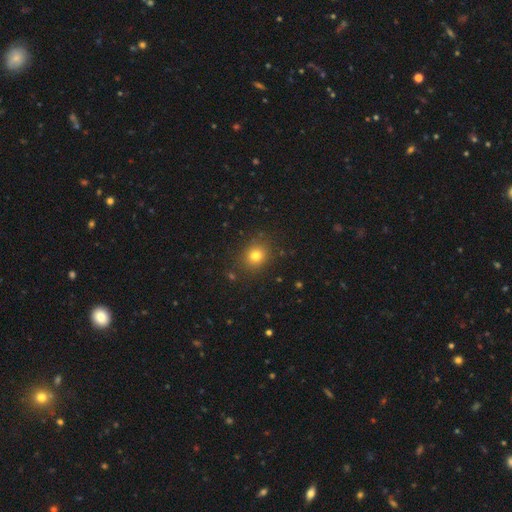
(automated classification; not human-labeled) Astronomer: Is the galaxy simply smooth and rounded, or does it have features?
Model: smooth — 78%.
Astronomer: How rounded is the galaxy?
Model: round — 74%.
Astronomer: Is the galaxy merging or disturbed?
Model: none — 86%.